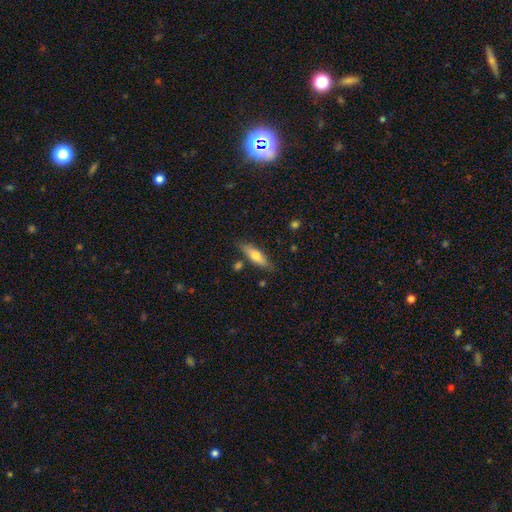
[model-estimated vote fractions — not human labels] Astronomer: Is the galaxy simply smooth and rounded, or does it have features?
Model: smooth — 62%.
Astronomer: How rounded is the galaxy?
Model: cigar-shaped — 50% (runner-up: in between, 48%).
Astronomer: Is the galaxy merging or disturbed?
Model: none — 79%.